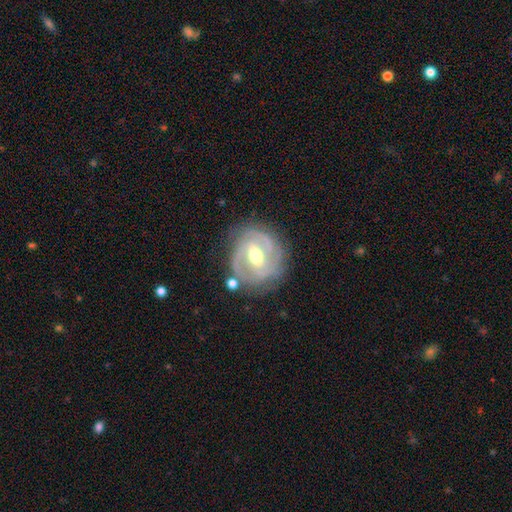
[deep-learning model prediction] Smooth or featured: featured or disk — 87% (smooth — 8%)
Edge-on disk: no — 97% (yes — 3%)
Bar: weak — 49% (strong — 33%)
Spiral arms: yes — 95% (no — 5%)
Spiral winding: tight — 60% (medium — 32%)
Spiral arm count: 2 — 41% (3 — 30%)
Bulge size: moderate — 75% (small — 16%)
Merging: none — 76% (minor disturbance — 16%)